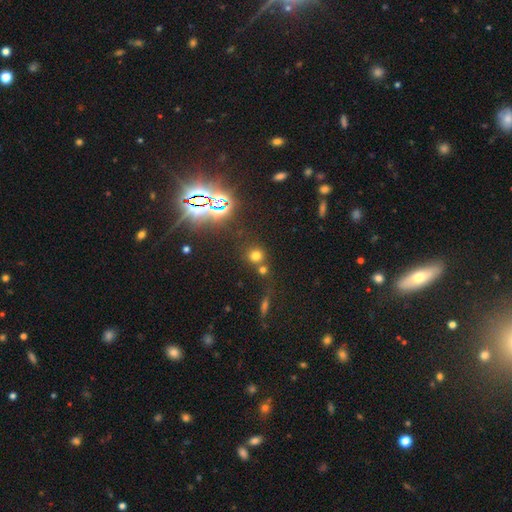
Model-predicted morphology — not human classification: Overall: smooth (65%; star or artifact 27%). How rounded: round (89%). Merging: none (68%).